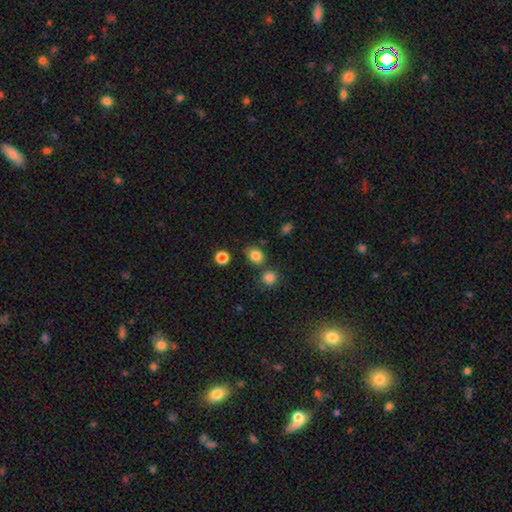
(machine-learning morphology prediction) smooth 83%, star or artifact 12%, featured or disk 5%. Down the decision tree: how rounded — round (51%); merging — none (74%).